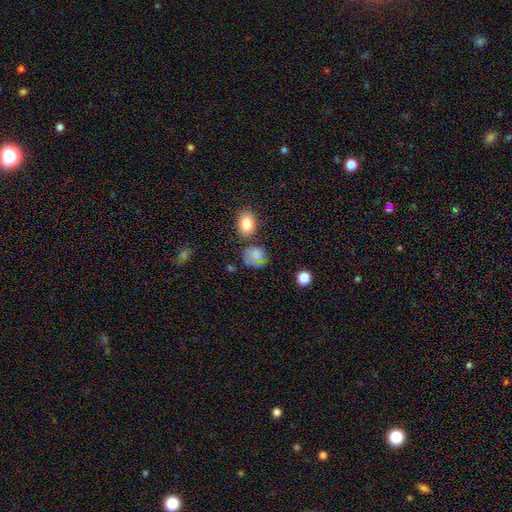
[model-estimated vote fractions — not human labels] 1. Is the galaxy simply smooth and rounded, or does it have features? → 70% smooth, 18% featured or disk, 11% star or artifact.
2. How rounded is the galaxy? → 63% round, 36% in between, 1% cigar-shaped.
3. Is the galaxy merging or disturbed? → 54% none, 23% minor disturbance, 14% major disturbance, 9% merger.